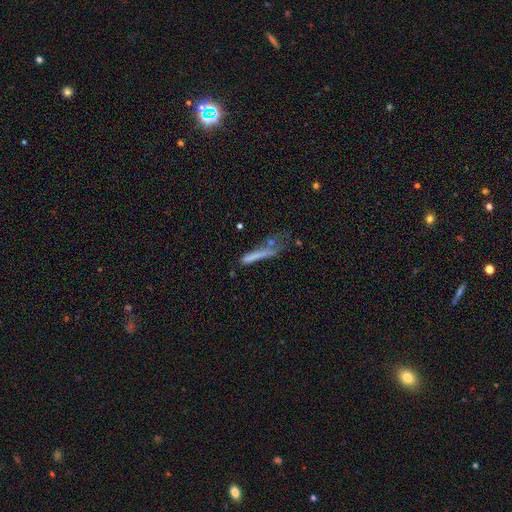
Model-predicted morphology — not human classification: smooth-or-featured: smooth: 58% | featured or disk: 28% | star or artifact: 14%
  how-rounded: cigar-shaped: 88% | in between: 9% | round: 3%
  merging: none: 42% | major disturbance: 23% | minor disturbance: 20% | merger: 14%